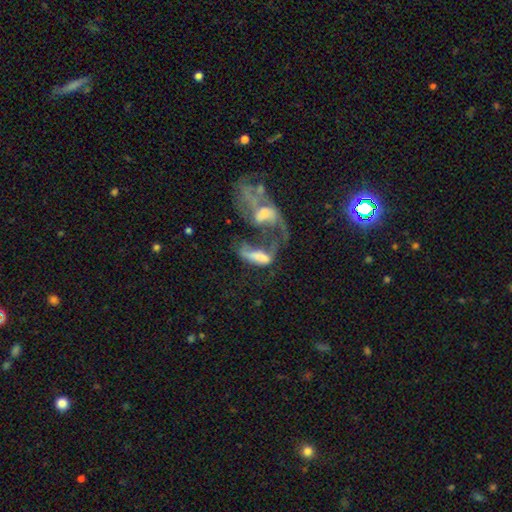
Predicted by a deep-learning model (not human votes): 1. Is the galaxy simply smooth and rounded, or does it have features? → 51% featured or disk, 37% smooth, 12% star or artifact.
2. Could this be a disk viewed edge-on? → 90% no, 10% yes.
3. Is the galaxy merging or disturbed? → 61% merger, 24% major disturbance, 9% none, 6% minor disturbance.